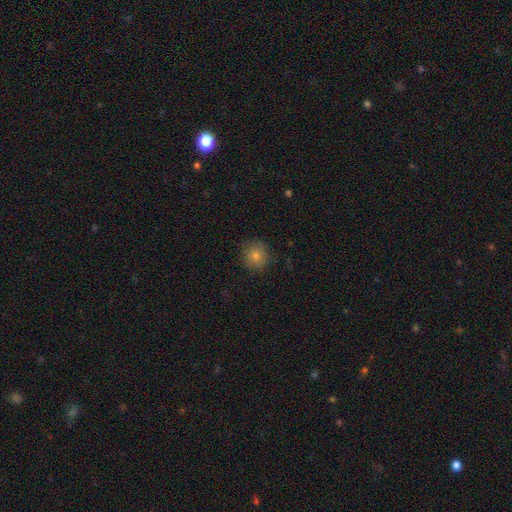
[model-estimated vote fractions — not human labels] Q: Smooth or featured?
A: smooth (75%); runner-up: star or artifact (14%)
Q: How rounded?
A: round (90%); runner-up: in between (9%)
Q: Merging?
A: none (84%); runner-up: minor disturbance (12%)